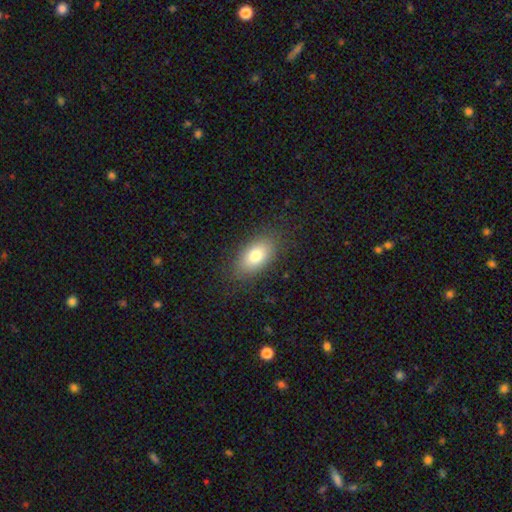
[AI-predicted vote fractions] smooth 78%, featured or disk 13%, star or artifact 9%. Down the decision tree: how rounded — in between (90%); merging — none (84%).